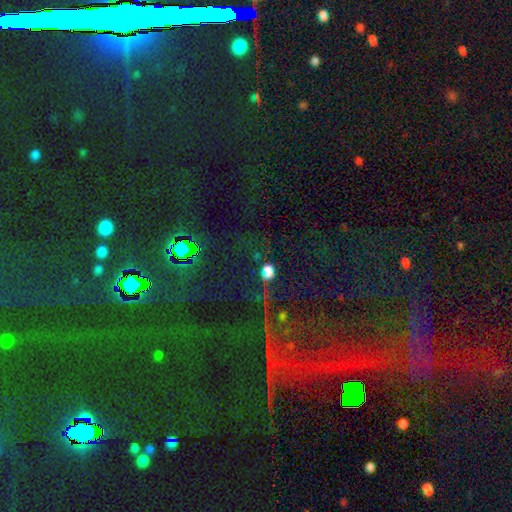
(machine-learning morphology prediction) This appears to be a star or artifact, not a galaxy (82%).